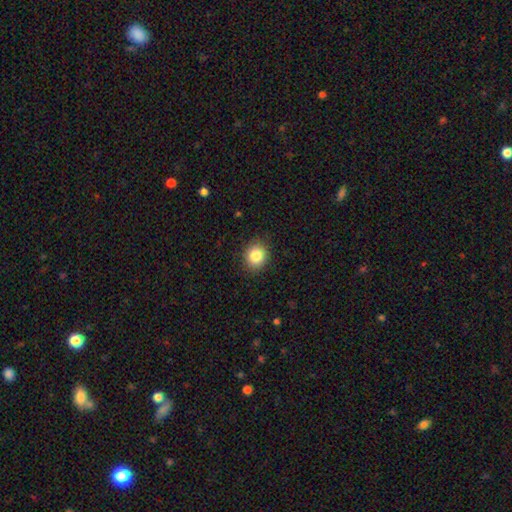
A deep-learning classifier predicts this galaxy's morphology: Smooth or featured?
  - smooth: 85% *
  - star or artifact: 9%
  - featured or disk: 6%
How rounded?
  - round: 73% *
  - in between: 26%
  - cigar-shaped: 1%
Merging?
  - none: 89% *
  - minor disturbance: 8%
  - major disturbance: 2%
  - merger: 1%